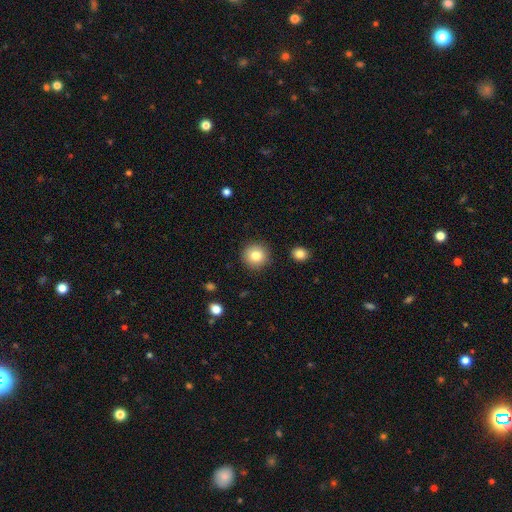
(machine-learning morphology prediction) The model was most divided on "smooth or featured": smooth: 82%, star or artifact: 9%, featured or disk: 9%. More confident: how rounded — round (94%); merging — none (90%).